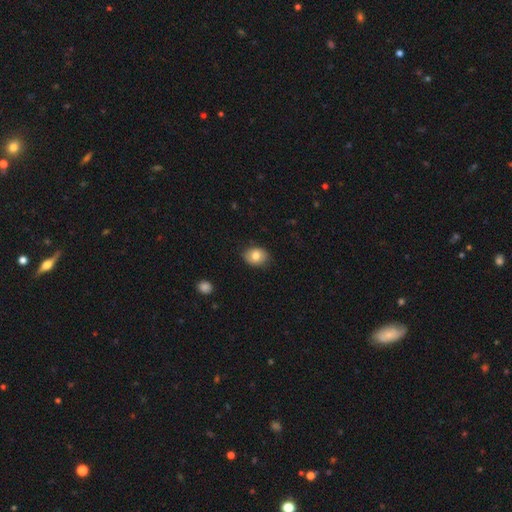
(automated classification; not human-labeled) Smooth or featured: smooth — 79% (featured or disk — 12%)
How rounded: in between — 59% (round — 40%)
Merging: none — 84% (minor disturbance — 12%)